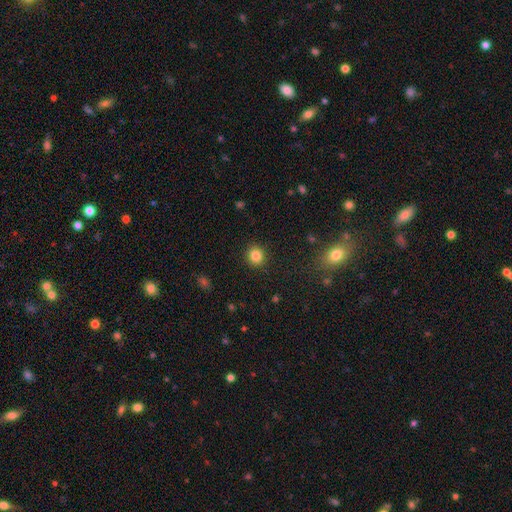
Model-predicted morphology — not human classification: A smooth galaxy with no disk features (85%) that is round (87%). Merging: none (91%).